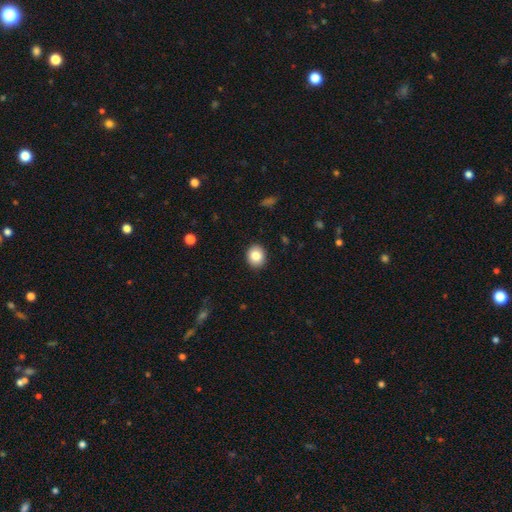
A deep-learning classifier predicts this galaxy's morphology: smooth_or_featured: smooth (p=0.84) [alt: star or artifact p=0.09]
how_rounded: round (p=0.69) [alt: in between p=0.30]
merging: none (p=0.91) [alt: minor disturbance p=0.06]